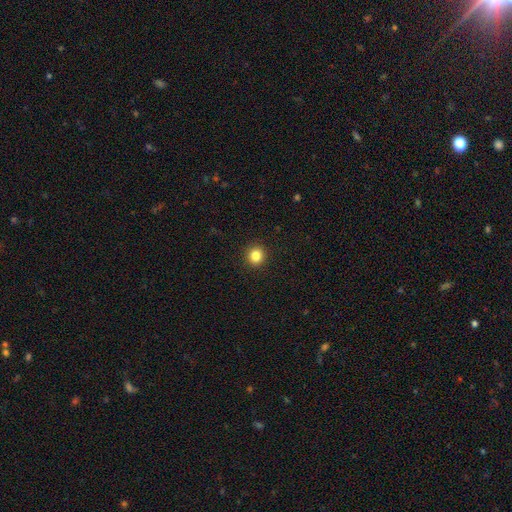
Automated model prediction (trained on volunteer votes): smooth 84%, star or artifact 11%, featured or disk 5%. Down the decision tree: how rounded — round (88%); merging — none (93%).